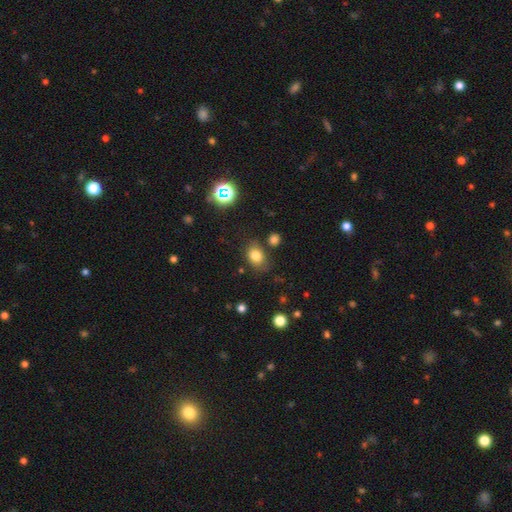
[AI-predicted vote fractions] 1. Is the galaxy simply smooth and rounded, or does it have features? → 79% smooth, 13% star or artifact, 8% featured or disk.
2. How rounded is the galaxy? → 58% in between, 40% round, 1% cigar-shaped.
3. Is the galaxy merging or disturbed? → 72% none, 17% minor disturbance, 6% merger, 6% major disturbance.